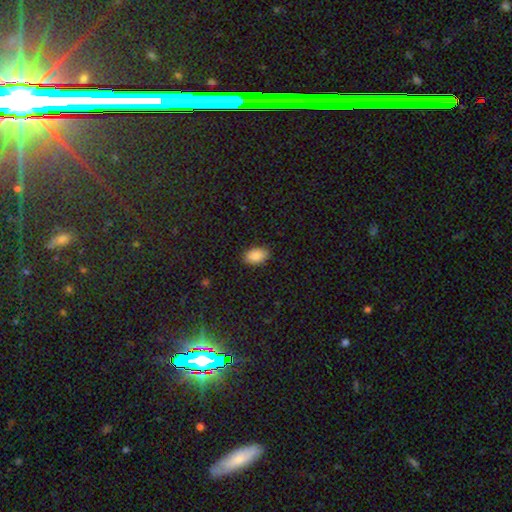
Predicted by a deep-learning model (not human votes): Morphology: type=smooth (88%); roundness=in between (91%); merging=none (88%).